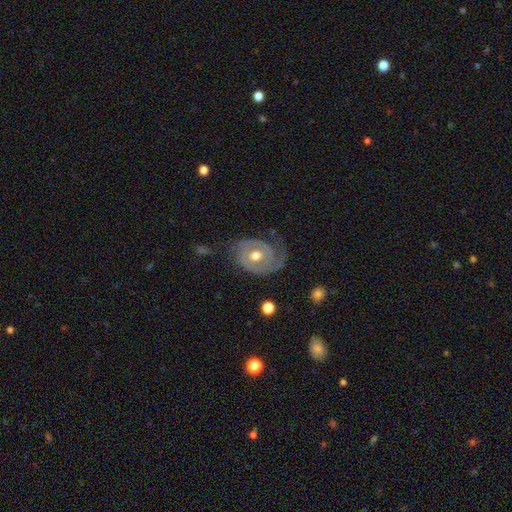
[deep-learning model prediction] A featured or disk galaxy (84%) with no bar (69%), 2 (73%) tight (51%) spiral arms (91%) and a moderate central bulge (80%).

Vote fractions:
- Smooth or featured? featured or disk: 84% / smooth: 11% / star or artifact: 5%
- Edge-on disk? no: 97% / yes: 3%
- Bar? no: 69% / weak: 25% / strong: 6%
- Spiral arms? yes: 91% / no: 9%
- Spiral winding? tight: 51% / medium: 34% / loose: 15%
- Spiral arm count? 2: 73% / 1: 13% / can't tell: 8% / 3: 2% / 4: 1% / more than 4: 1%
- Bulge size? moderate: 80% / small: 12% / large: 7% / none: 1% / dominant: 1%
- Merging? none: 65% / minor disturbance: 20% / major disturbance: 13% / merger: 2%